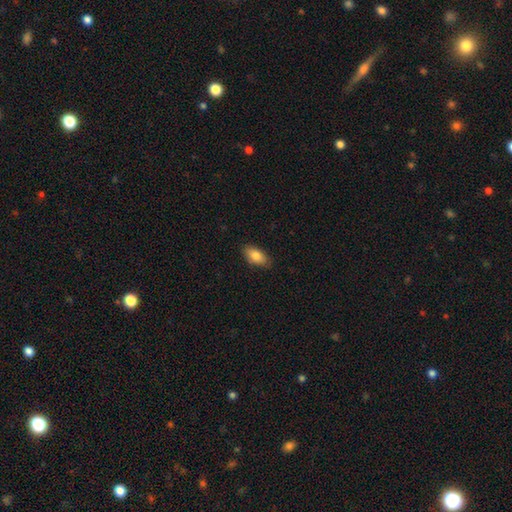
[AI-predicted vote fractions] Smooth or featured? Predicted: smooth (p=0.82). How rounded? Predicted: in between (p=0.91). Merging? Predicted: none (p=0.84).